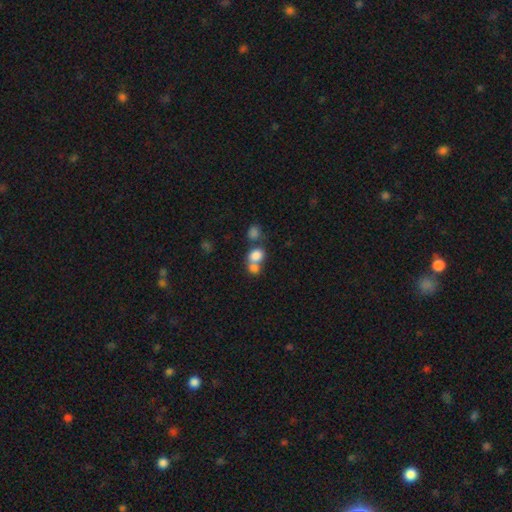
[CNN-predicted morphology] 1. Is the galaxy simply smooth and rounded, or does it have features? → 78% smooth, 11% featured or disk, 11% star or artifact.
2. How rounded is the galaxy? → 57% round, 41% in between, 1% cigar-shaped.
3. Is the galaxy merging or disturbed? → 58% merger, 31% none, 7% minor disturbance, 4% major disturbance.